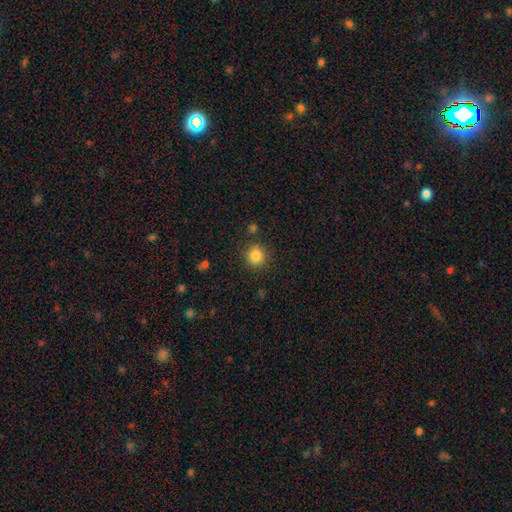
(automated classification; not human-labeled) Smooth or featured?
  - smooth: 84% *
  - star or artifact: 11%
  - featured or disk: 5%
How rounded?
  - round: 89% *
  - in between: 11%
  - cigar-shaped: 1%
Merging?
  - none: 85% *
  - minor disturbance: 9%
  - merger: 3%
  - major disturbance: 3%